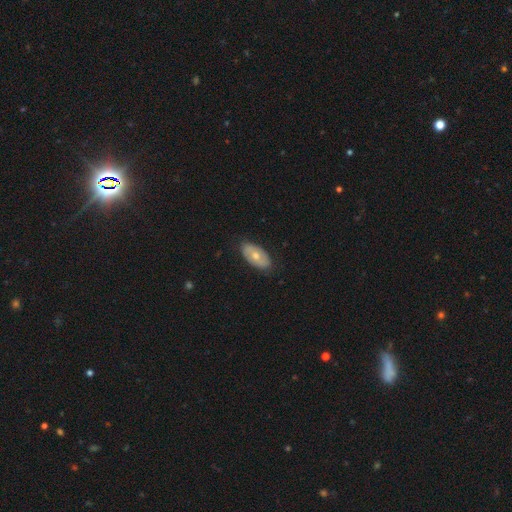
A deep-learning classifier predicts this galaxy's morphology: This appears to be a smooth galaxy with no disk features (56%) that is in between round and cigar-shaped (93%). Merging: none (82%).